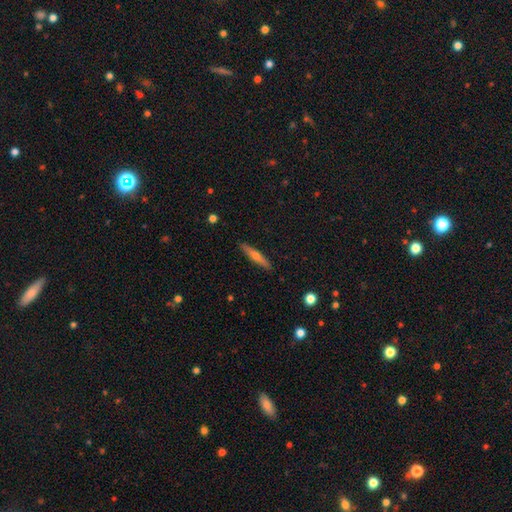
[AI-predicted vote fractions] Q: Smooth or featured?
A: featured or disk (49%); runner-up: smooth (45%)
Q: Merging?
A: none (90%); runner-up: minor disturbance (7%)